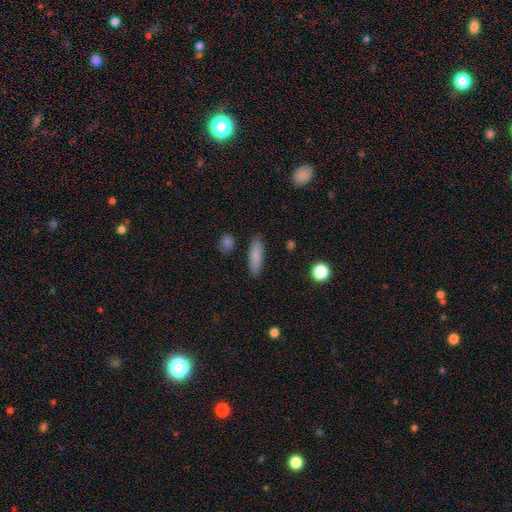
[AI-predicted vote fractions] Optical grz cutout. It shows a smooth galaxy with no disk features (85%) that is cigar-shaped (53%). Merging: none (87%).